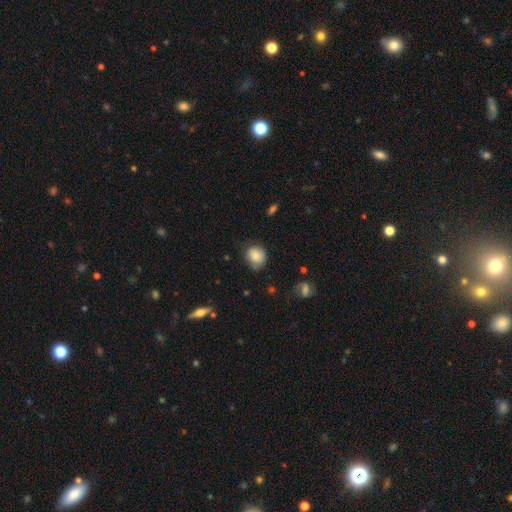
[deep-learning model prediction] Morphology: type=smooth (80%); roundness=round (68%); merging=none (63%).